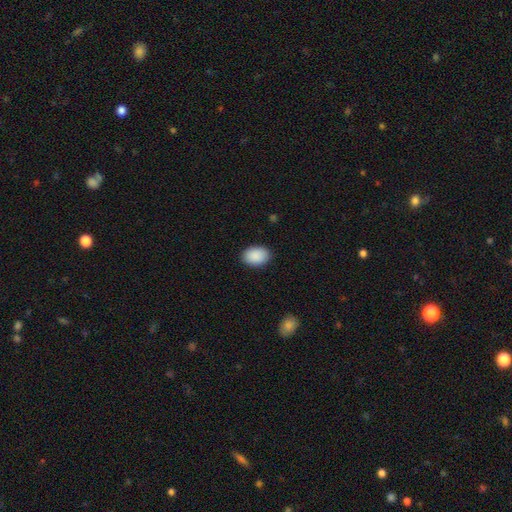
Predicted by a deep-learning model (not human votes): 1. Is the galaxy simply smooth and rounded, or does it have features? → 91% smooth, 6% star or artifact, 3% featured or disk.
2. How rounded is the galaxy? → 82% in between, 17% round, 1% cigar-shaped.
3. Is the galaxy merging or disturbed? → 89% none, 8% minor disturbance, 2% major disturbance, 1% merger.